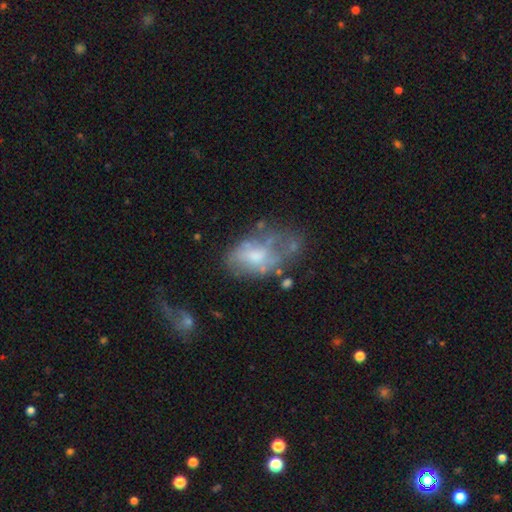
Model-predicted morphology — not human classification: Overall: featured or disk (48%; smooth 43%). Merging: none (34%; major disturbance 28%).